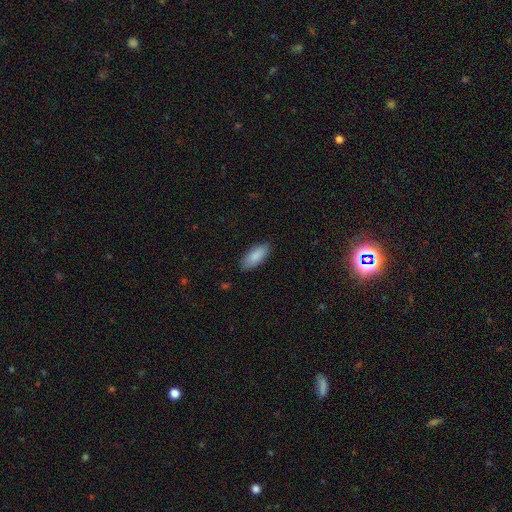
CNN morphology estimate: A smooth galaxy with no disk features (89%) that is in between round and cigar-shaped (80%). Merging: none (87%).